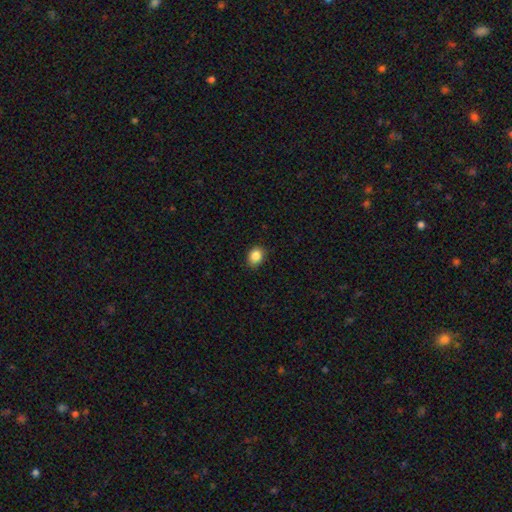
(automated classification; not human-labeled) Q: Smooth or featured?
A: smooth (86%); runner-up: star or artifact (9%)
Q: How rounded?
A: in between (51%); runner-up: round (48%)
Q: Merging?
A: none (84%); runner-up: minor disturbance (13%)